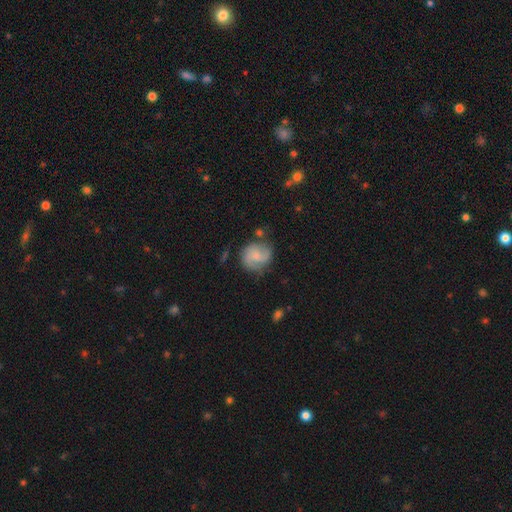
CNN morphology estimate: Smooth or featured? featured or disk (59%)
Edge-on disk? no (98%)
Bar? no (58%)
Spiral arms? yes (91%)
Spiral winding? medium (48%)
Spiral arm count? 2 (76%)
Bulge size? small (55%)
Merging? none (67%)